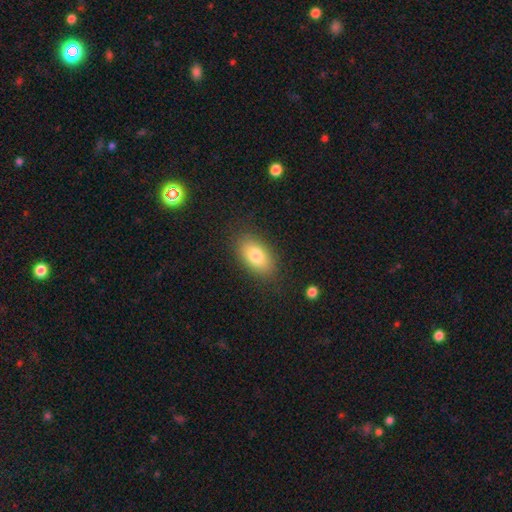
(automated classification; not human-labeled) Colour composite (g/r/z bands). It shows a smooth galaxy with no disk features (80%) that is in between round and cigar-shaped (91%). Merging: none (84%).